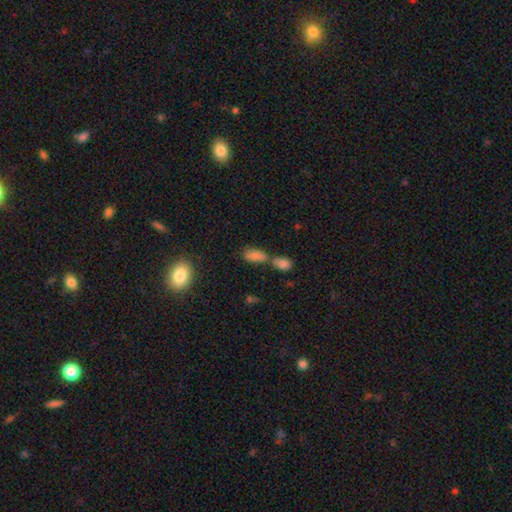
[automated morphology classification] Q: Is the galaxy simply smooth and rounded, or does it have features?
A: smooth — 76%.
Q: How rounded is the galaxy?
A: in between — 83%.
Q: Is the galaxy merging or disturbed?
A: merger — 46%.